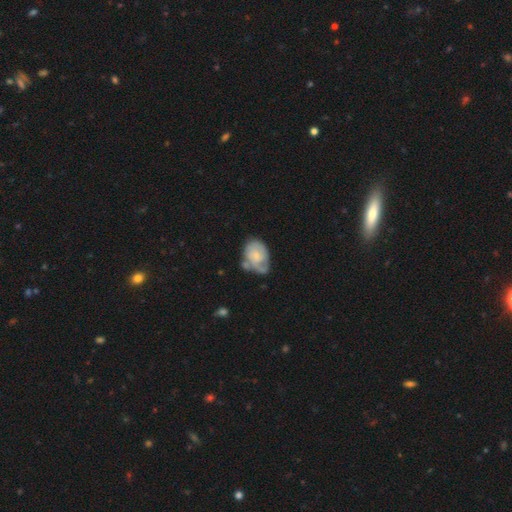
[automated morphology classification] This is likely a featured or disk galaxy (61%). It is clearly not viewed edge-on (97%). Bar: likely no (70%). Spiral arm pattern: clearly yes (81%). Central bulge: likely small (61%). Merging: marginally none (37%).